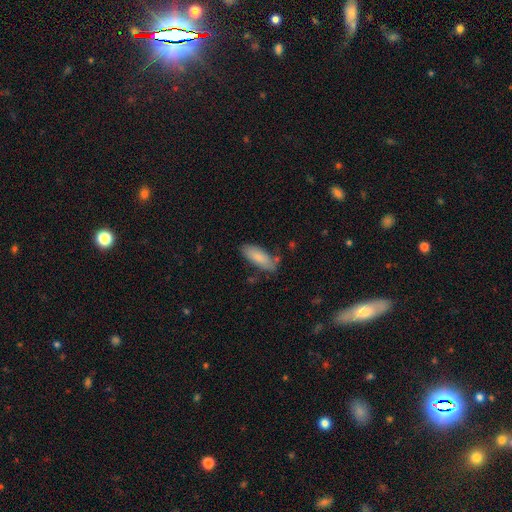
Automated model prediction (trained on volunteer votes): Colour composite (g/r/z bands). It shows a smooth galaxy with no disk features (81%) that is in between round and cigar-shaped (66%). Merging: none (74%).